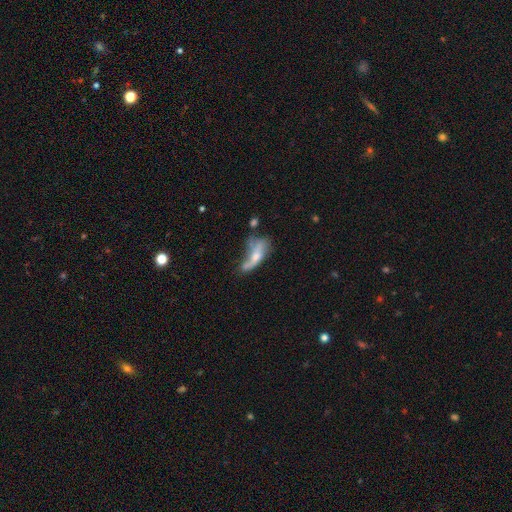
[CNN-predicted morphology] type=smooth (46%); merging=major disturbance (32%).